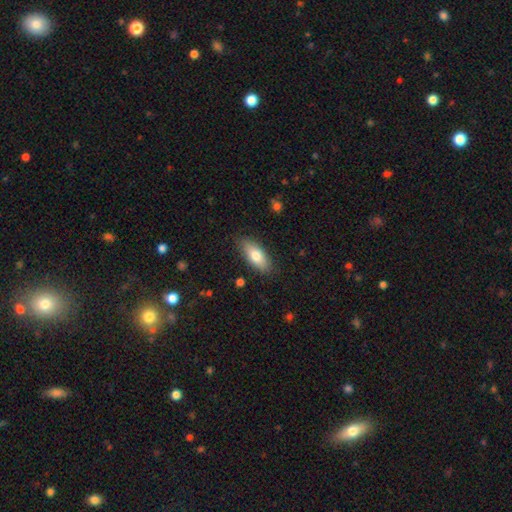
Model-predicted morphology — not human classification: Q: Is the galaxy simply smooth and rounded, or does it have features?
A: smooth — 76%.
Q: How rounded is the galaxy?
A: in between — 79%.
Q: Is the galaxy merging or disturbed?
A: none — 85%.